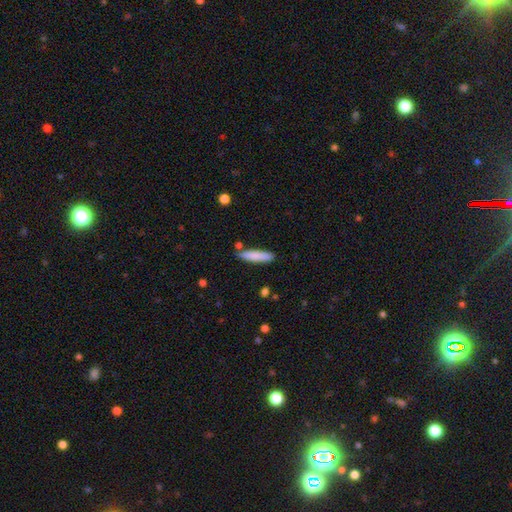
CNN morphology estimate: Q: Smooth or featured?
A: smooth (80%); runner-up: featured or disk (13%)
Q: How rounded?
A: cigar-shaped (83%); runner-up: in between (16%)
Q: Merging?
A: none (81%); runner-up: minor disturbance (12%)